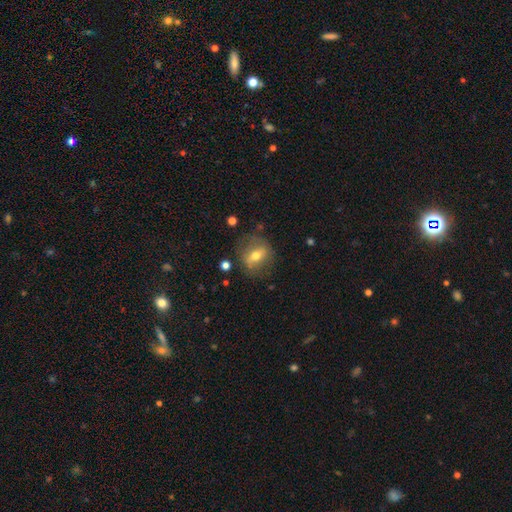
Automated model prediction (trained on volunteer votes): Smooth or featured: featured or disk — 46% (smooth — 45%)
Merging: none — 73% (minor disturbance — 17%)